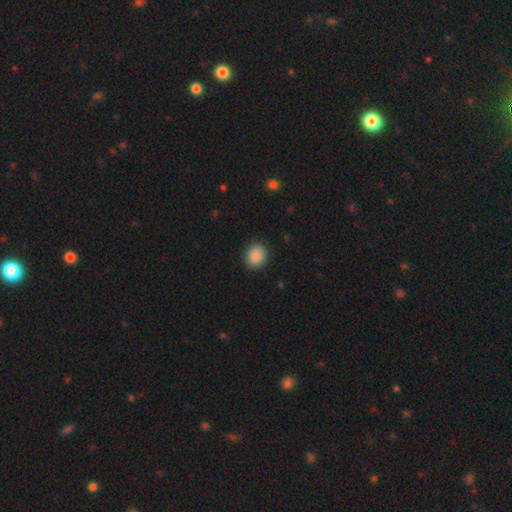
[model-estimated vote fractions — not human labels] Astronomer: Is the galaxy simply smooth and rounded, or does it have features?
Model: smooth — 88%.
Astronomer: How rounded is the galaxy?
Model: round — 70%.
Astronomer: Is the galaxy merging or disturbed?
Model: none — 89%.